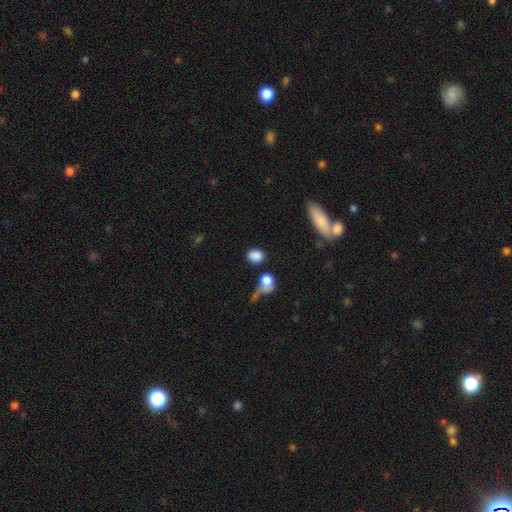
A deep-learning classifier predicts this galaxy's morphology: A smooth galaxy with no disk features (84%) that is round (55%). Merging: none (63%).